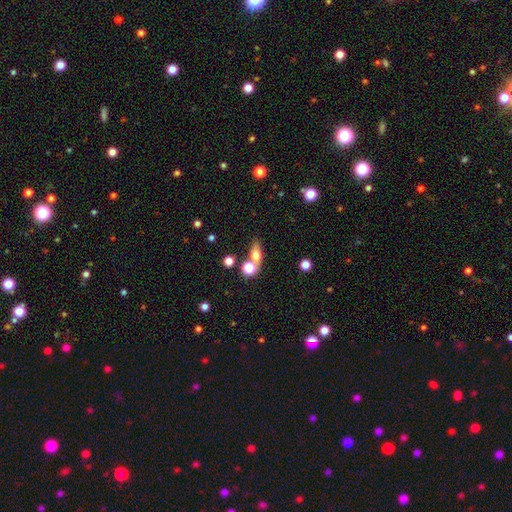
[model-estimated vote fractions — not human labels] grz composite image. It shows a smooth galaxy with no disk features (66%) that is in between round and cigar-shaped (57%). Merging: none (52%).